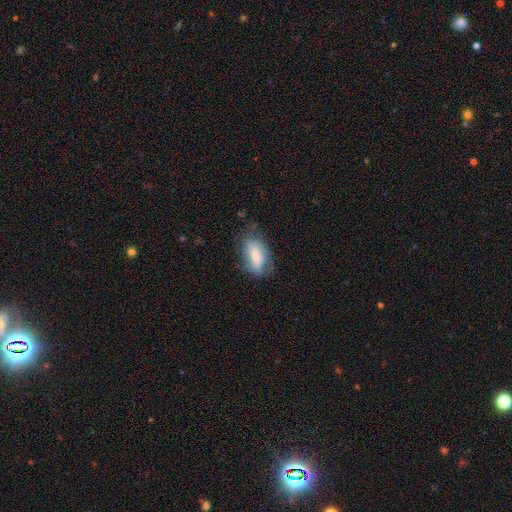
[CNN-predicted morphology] A smooth galaxy with no disk features (67%) that is in between round and cigar-shaped (90%).

Vote fractions:
- Smooth or featured? smooth: 67% / featured or disk: 26% / star or artifact: 7%
- How rounded? in between: 90% / round: 5% / cigar-shaped: 5%
- Merging? none: 51% / minor disturbance: 31% / major disturbance: 16% / merger: 2%